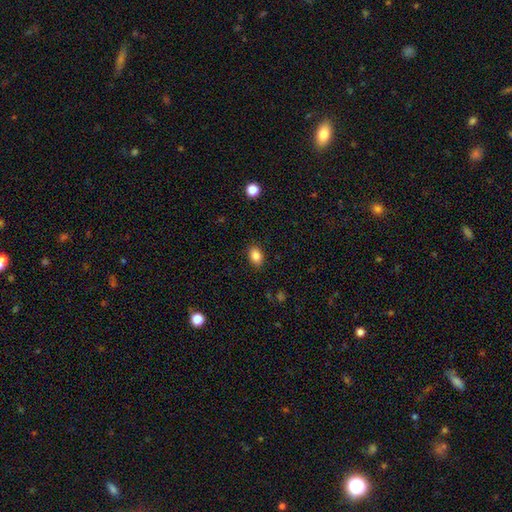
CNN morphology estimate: Q: Smooth or featured?
A: smooth (86%); runner-up: star or artifact (9%)
Q: How rounded?
A: in between (77%); runner-up: round (22%)
Q: Merging?
A: none (87%); runner-up: minor disturbance (9%)